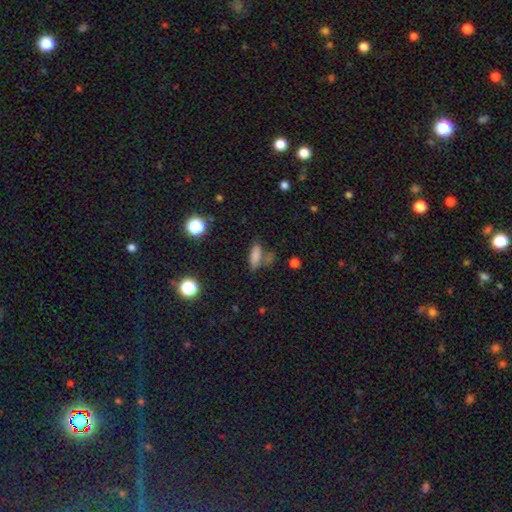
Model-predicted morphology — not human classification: This appears to be a smooth galaxy with no disk features (75%) that is in between round and cigar-shaped (65%). Merging: none (54%).